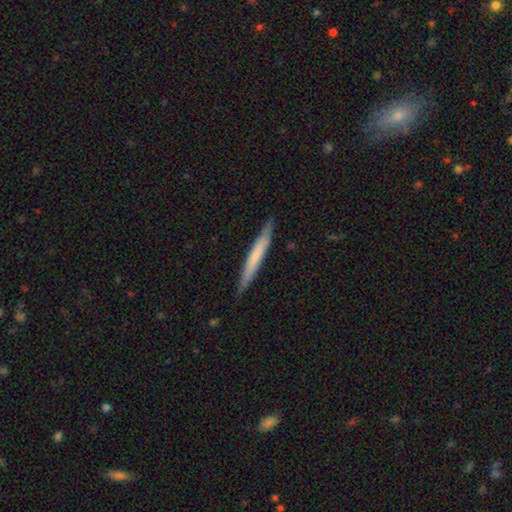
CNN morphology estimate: Smooth or featured? smooth (58%)
How rounded? cigar-shaped (96%)
Merging? none (88%)